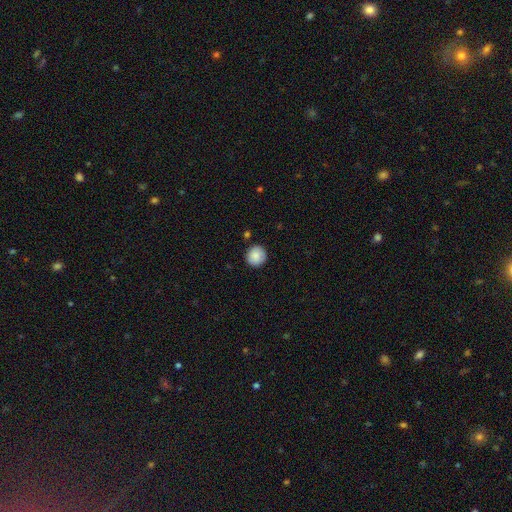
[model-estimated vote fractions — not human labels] Smooth or featured: smooth — 84% (featured or disk — 9%)
How rounded: round — 94% (in between — 5%)
Merging: none — 87% (minor disturbance — 9%)